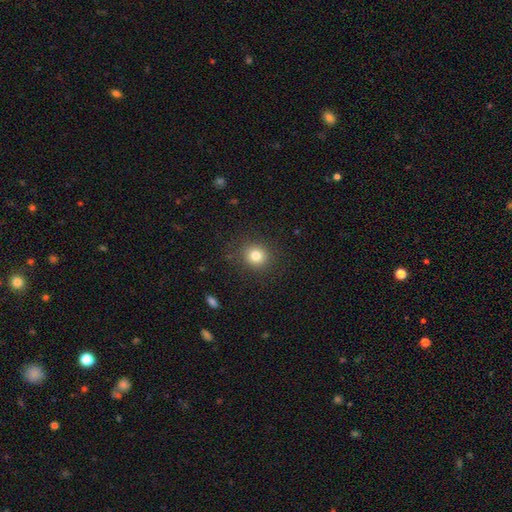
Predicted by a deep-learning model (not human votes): smooth 80%, star or artifact 12%, featured or disk 8%. Down the decision tree: how rounded — round (88%); merging — none (88%).